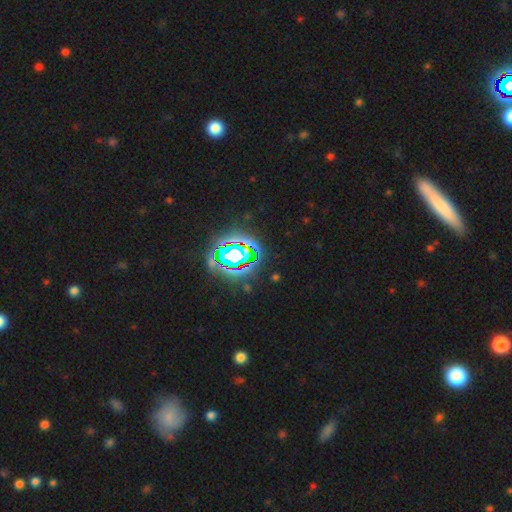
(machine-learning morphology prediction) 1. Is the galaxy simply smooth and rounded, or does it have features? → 79% star or artifact, 12% smooth, 9% featured or disk.